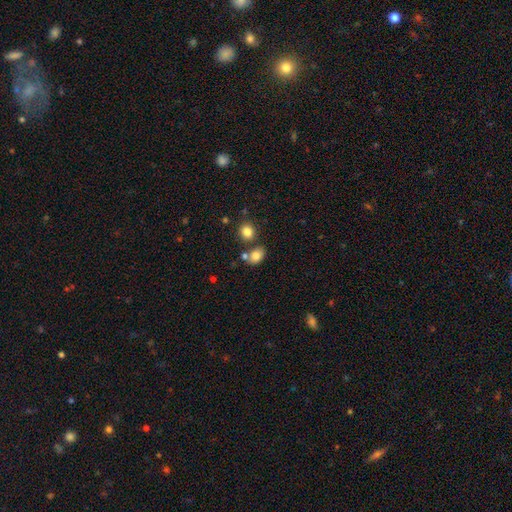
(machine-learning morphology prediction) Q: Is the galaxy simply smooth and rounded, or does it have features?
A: smooth — 81%.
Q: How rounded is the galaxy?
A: in between — 59%.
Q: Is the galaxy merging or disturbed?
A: none — 60%.